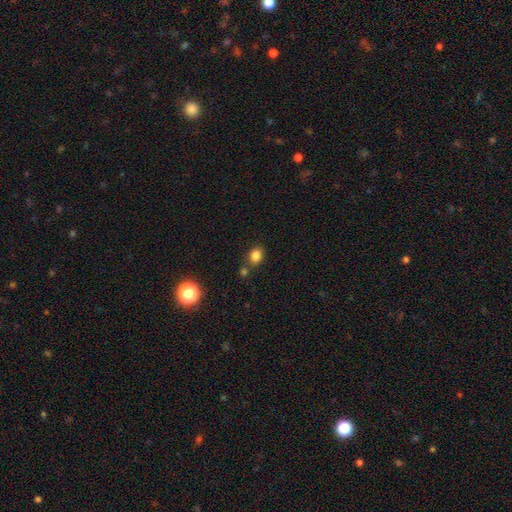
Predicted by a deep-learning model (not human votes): Smooth or featured: smooth — 82% (star or artifact — 12%)
How rounded: in between — 60% (round — 39%)
Merging: none — 72% (merger — 12%)